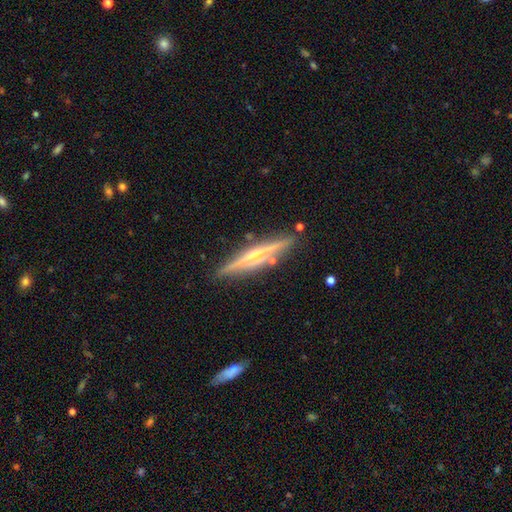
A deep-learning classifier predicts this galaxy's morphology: A featured or disk galaxy (76%) viewed edge-on (97%) with a rounded central bulge (85%). Merging: none (86%).